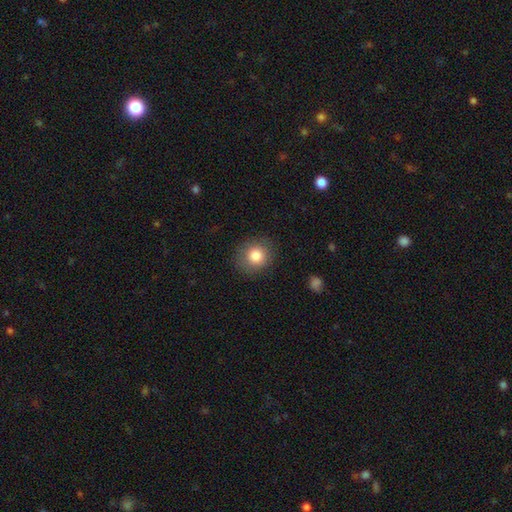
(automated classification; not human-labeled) The model was most divided on "how rounded": round: 85%, in between: 14%, cigar-shaped: 1%. More confident: merging — none (86%); smooth or featured — smooth (83%).